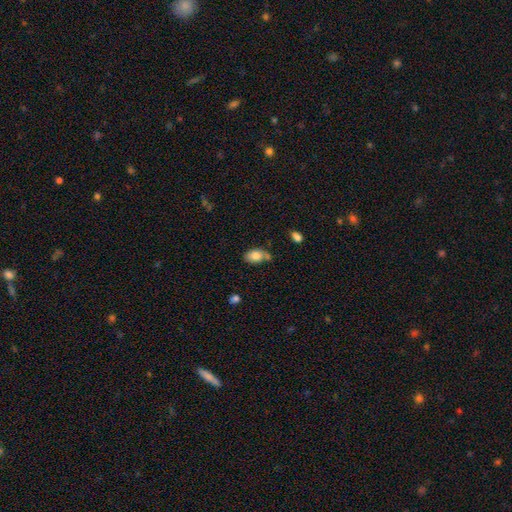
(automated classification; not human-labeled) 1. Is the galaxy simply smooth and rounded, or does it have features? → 80% smooth, 12% featured or disk, 8% star or artifact.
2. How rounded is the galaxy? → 88% in between, 10% round, 2% cigar-shaped.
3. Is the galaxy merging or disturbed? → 55% none, 22% minor disturbance, 17% merger, 6% major disturbance.